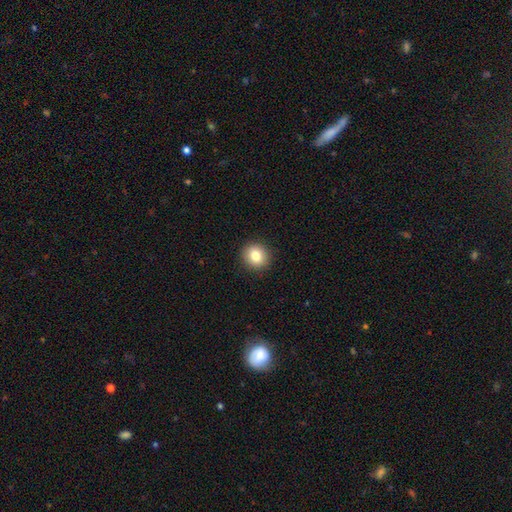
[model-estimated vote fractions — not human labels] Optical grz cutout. It shows a smooth galaxy with no disk features (81%) that is round (89%). Merging: none (92%).